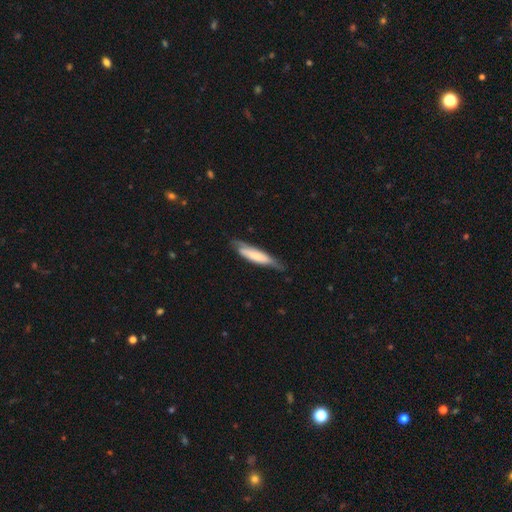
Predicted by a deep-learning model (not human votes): Smooth or featured: smooth — 56% (featured or disk — 39%)
How rounded: cigar-shaped — 73% (in between — 25%)
Merging: none — 63% (minor disturbance — 28%)